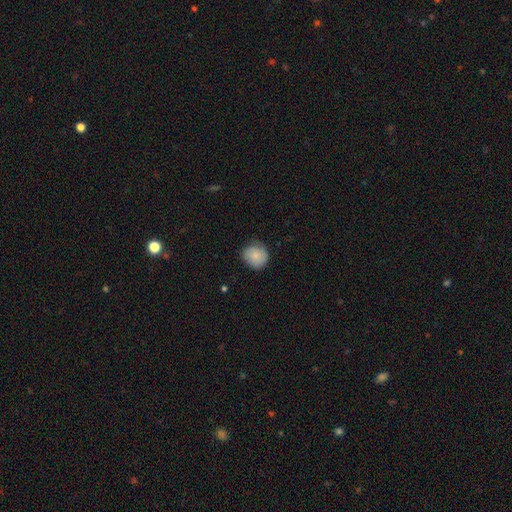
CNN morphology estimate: This is clearly a smooth galaxy (80%). How rounded: clearly round (86%). Merging: likely none (75%).